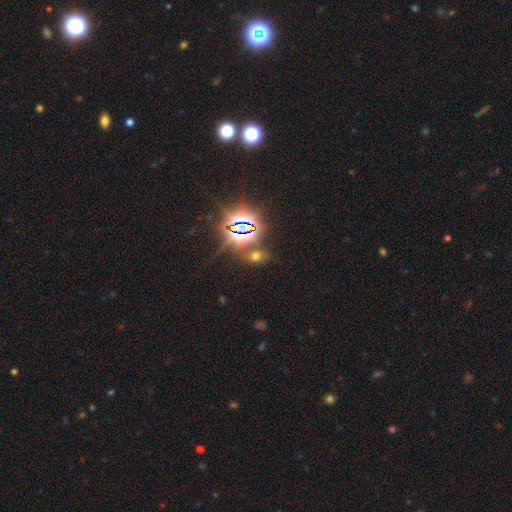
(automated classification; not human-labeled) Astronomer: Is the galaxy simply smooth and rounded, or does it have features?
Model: star or artifact — 50% (runner-up: smooth, 42%).